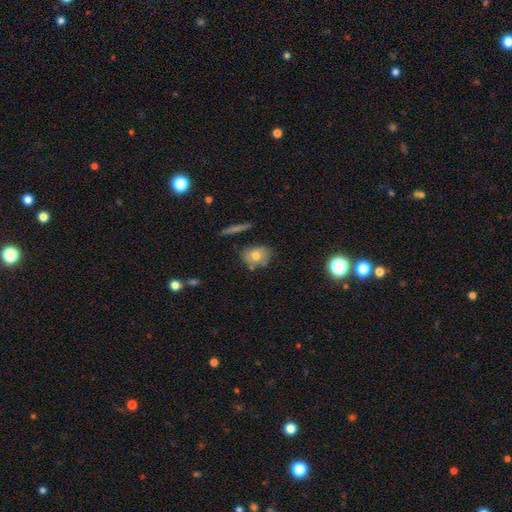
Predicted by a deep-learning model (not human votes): Morphology: type=smooth (69%); roundness=in between (54%); merging=none (64%).